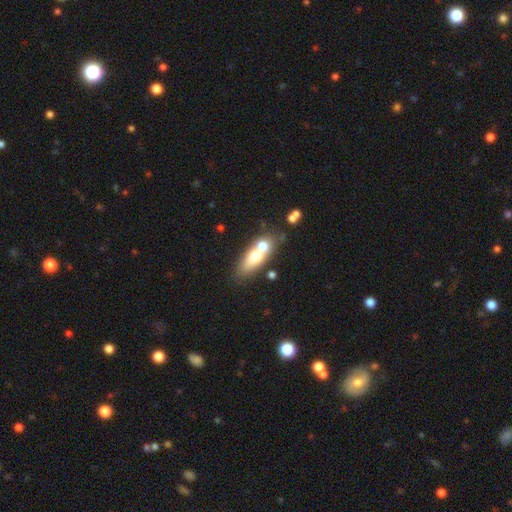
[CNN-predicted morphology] A smooth galaxy with no disk features (60%) that is in between round and cigar-shaped (64%).

Vote fractions:
- Smooth or featured? smooth: 60% / featured or disk: 31% / star or artifact: 9%
- How rounded? in between: 64% / cigar-shaped: 27% / round: 10%
- Merging? merger: 44% / none: 40% / minor disturbance: 11% / major disturbance: 6%